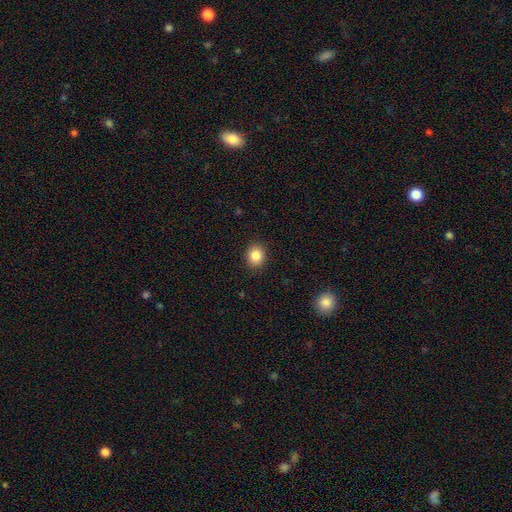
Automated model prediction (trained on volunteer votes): Q: Smooth or featured?
A: smooth (85%); runner-up: star or artifact (10%)
Q: How rounded?
A: round (74%); runner-up: in between (25%)
Q: Merging?
A: none (90%); runner-up: minor disturbance (7%)